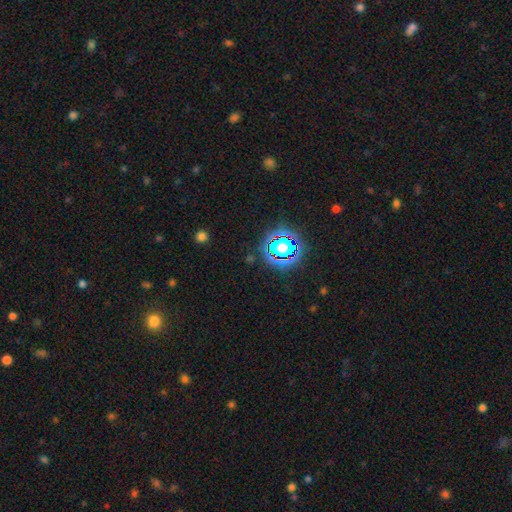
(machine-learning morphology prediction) This appears to be a star or artifact, not a galaxy (77%).